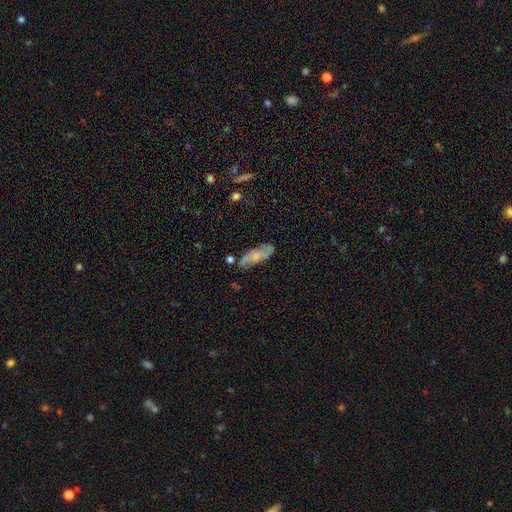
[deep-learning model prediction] Smooth or featured?
  - featured or disk: 54% *
  - smooth: 38%
  - star or artifact: 8%
Edge-on disk?
  - no: 85% *
  - yes: 15%
Merging?
  - none: 72% *
  - minor disturbance: 20%
  - major disturbance: 6%
  - merger: 3%